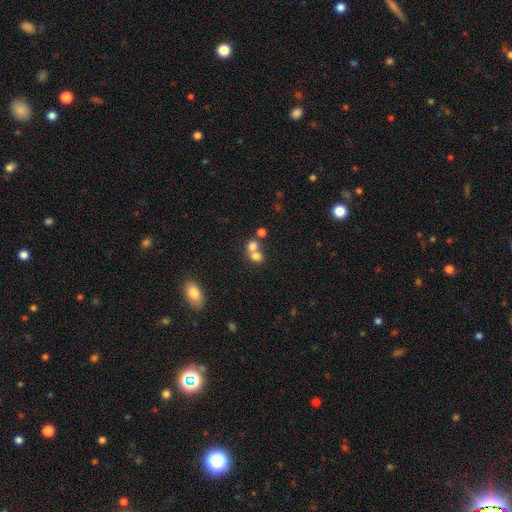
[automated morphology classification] Smooth or featured?
  - smooth: 74% *
  - featured or disk: 14%
  - star or artifact: 12%
How rounded?
  - round: 68% *
  - in between: 30%
  - cigar-shaped: 1%
Merging?
  - merger: 60% *
  - none: 31%
  - minor disturbance: 6%
  - major disturbance: 3%